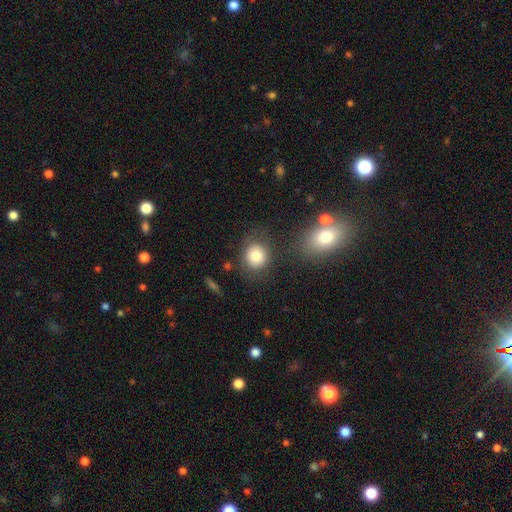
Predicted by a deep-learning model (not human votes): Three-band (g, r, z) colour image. It shows a smooth galaxy with no disk features (79%) that is round (81%). Merging: none (75%).